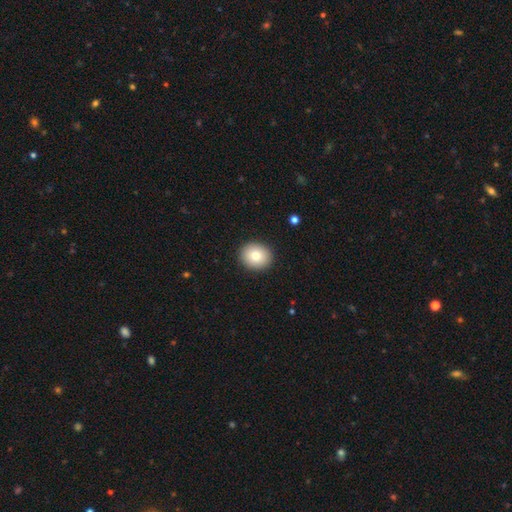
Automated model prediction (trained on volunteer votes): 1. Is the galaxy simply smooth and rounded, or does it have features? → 79% smooth, 11% featured or disk, 10% star or artifact.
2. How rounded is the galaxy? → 74% round, 25% in between, 1% cigar-shaped.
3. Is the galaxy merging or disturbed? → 91% none, 6% minor disturbance, 2% major disturbance, 1% merger.